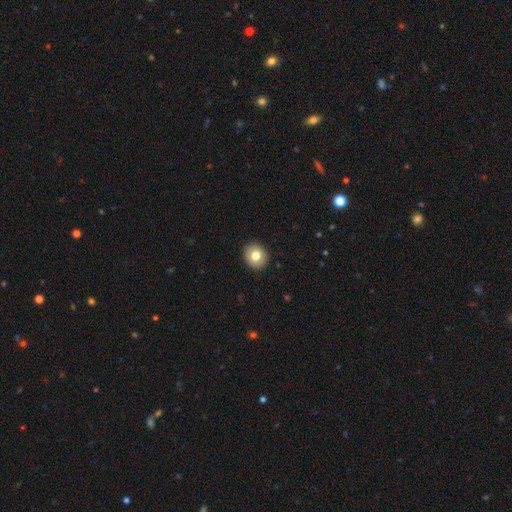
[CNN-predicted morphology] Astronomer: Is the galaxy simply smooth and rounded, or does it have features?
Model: smooth — 77%.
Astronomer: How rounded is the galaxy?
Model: round — 74%.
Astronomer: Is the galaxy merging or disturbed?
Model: none — 91%.